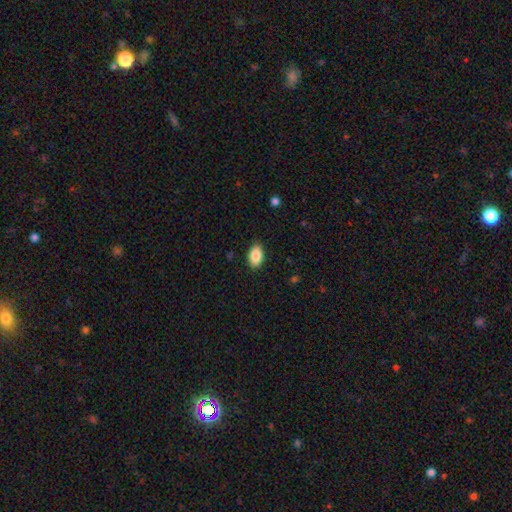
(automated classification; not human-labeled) smooth 87%, star or artifact 7%, featured or disk 6%. Down the decision tree: how rounded — in between (93%); merging — none (87%).